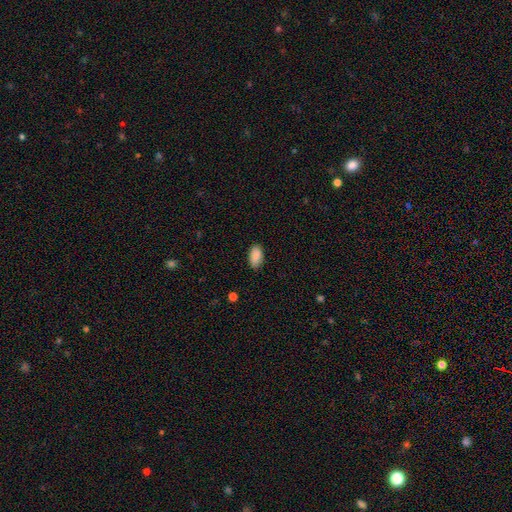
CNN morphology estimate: The model was most divided on "merging": none: 83%, minor disturbance: 13%, major disturbance: 3%, merger: 1%. More confident: how rounded — in between (94%); smooth or featured — smooth (89%).